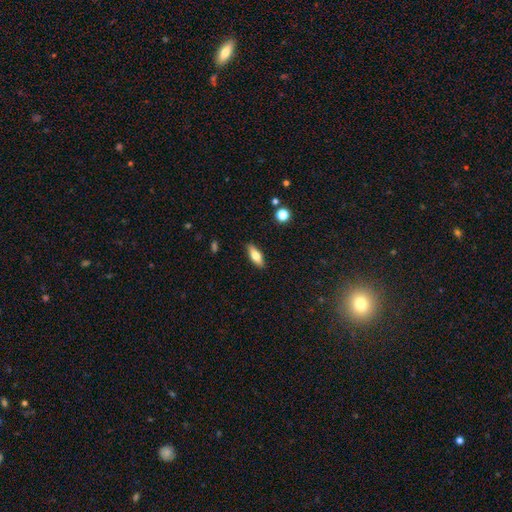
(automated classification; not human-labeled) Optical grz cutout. It shows a smooth galaxy with no disk features (67%) that is in between round and cigar-shaped (66%). Merging: none (88%).